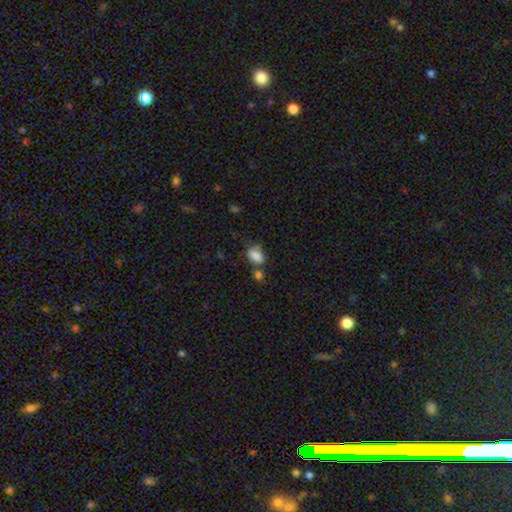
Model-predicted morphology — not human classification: A smooth galaxy with no disk features (84%) that is in between round and cigar-shaped (83%). Merging: none (52%).